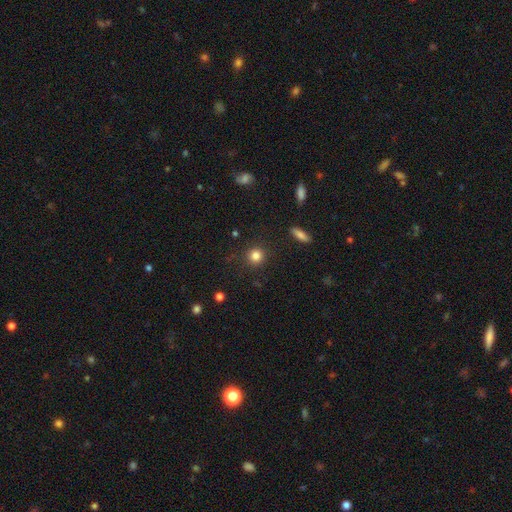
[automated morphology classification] Smooth or featured? smooth (83%)
How rounded? round (92%)
Merging? none (89%)